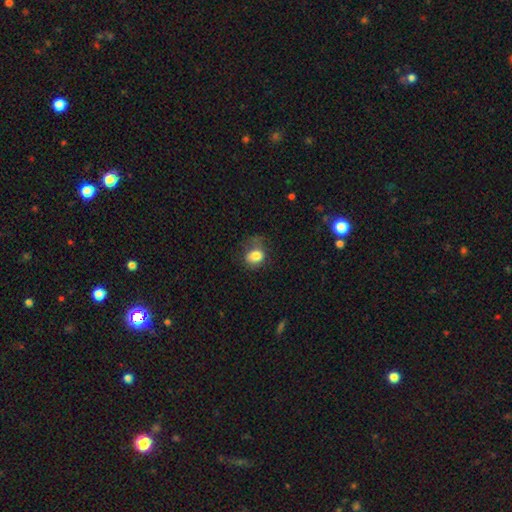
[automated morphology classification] Overall: smooth (80%). How rounded: round (51%; in between 48%). Merging: none (44%; minor disturbance 30%).